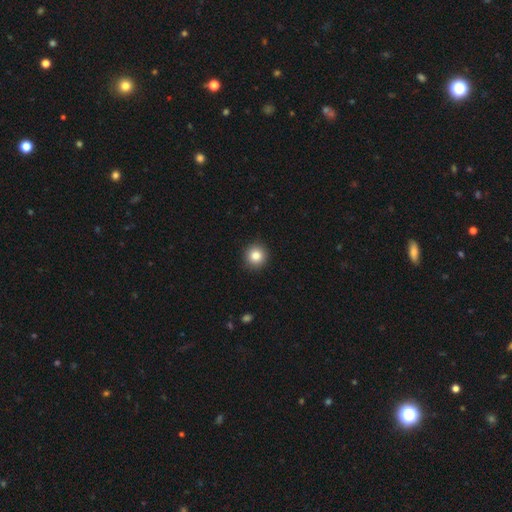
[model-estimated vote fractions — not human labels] The model was most divided on "smooth or featured": smooth: 84%, star or artifact: 10%, featured or disk: 6%. More confident: how rounded — round (94%); merging — none (92%).